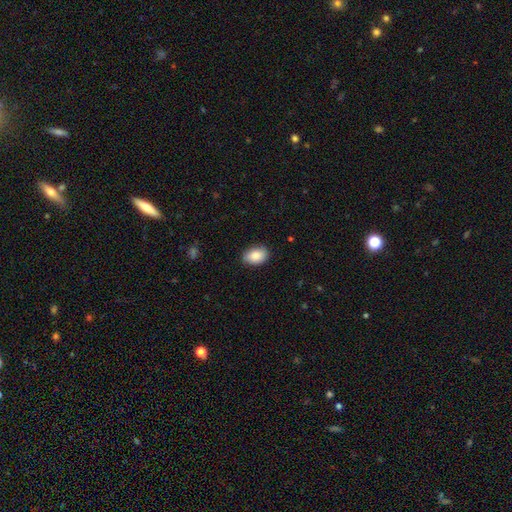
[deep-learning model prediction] Smooth or featured? smooth (86%)
How rounded? in between (86%)
Merging? none (86%)